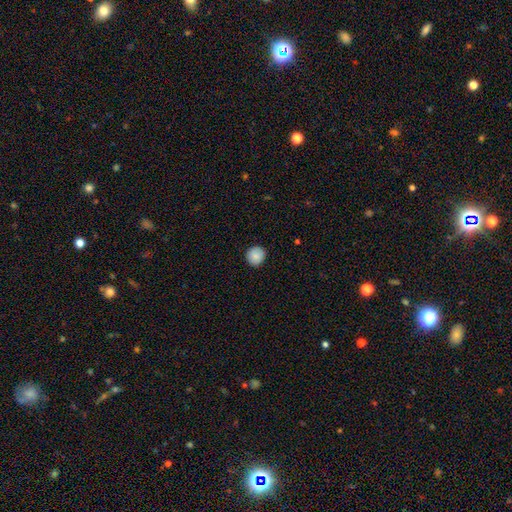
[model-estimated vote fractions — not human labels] A smooth galaxy with no disk features (87%) that is round (92%). Merging: none (90%).